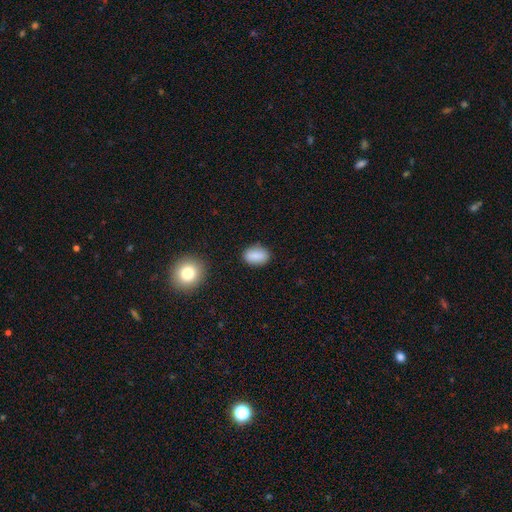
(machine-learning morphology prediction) A smooth galaxy with no disk features (87%) that is in between round and cigar-shaped (85%). Merging: none (83%).